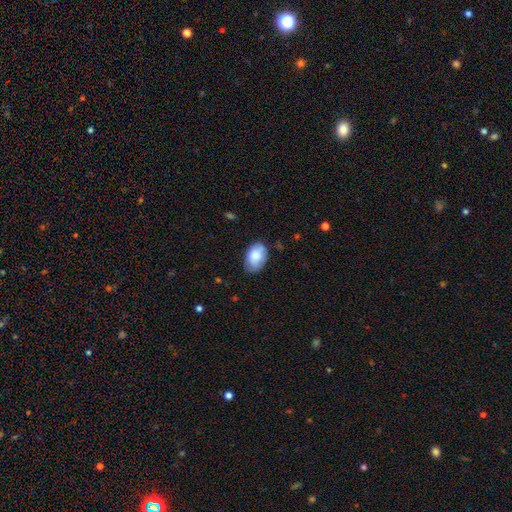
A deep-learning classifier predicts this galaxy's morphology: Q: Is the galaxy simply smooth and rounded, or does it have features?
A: smooth — 83%.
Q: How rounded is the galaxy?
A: in between — 90%.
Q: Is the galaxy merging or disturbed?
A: none — 77%.